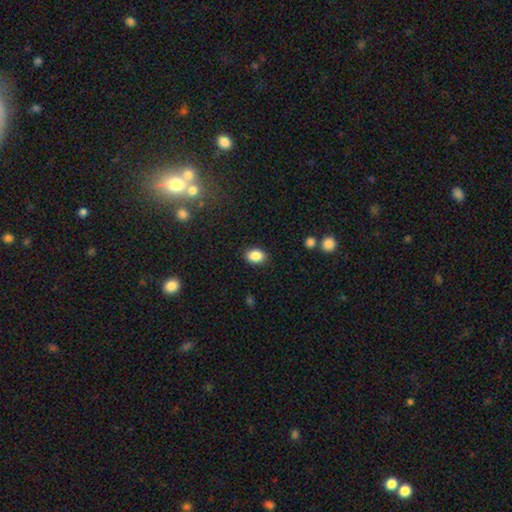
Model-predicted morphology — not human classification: Smooth or featured: smooth — 87% (star or artifact — 8%)
How rounded: in between — 81% (round — 18%)
Merging: none — 88% (minor disturbance — 8%)